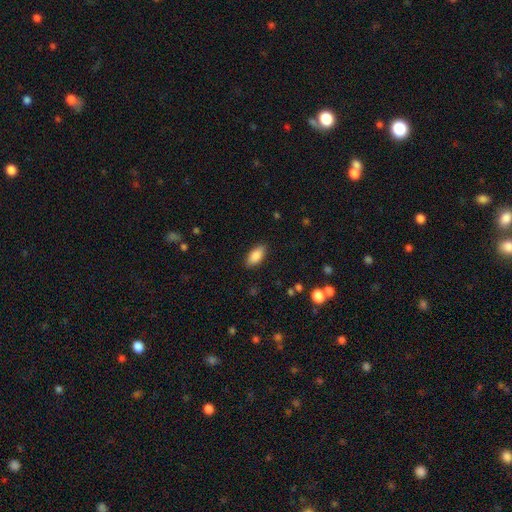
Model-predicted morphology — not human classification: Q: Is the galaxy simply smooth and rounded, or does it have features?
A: smooth — 87%.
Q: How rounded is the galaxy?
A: in between — 90%.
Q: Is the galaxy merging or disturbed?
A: none — 87%.